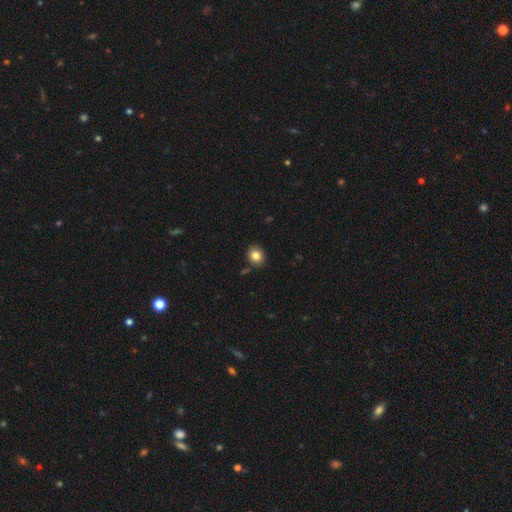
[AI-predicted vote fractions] smooth-or-featured: smooth: 83% | star or artifact: 10% | featured or disk: 7%
  how-rounded: round: 73% | in between: 26% | cigar-shaped: 1%
  merging: none: 85% | minor disturbance: 9% | merger: 3% | major disturbance: 2%